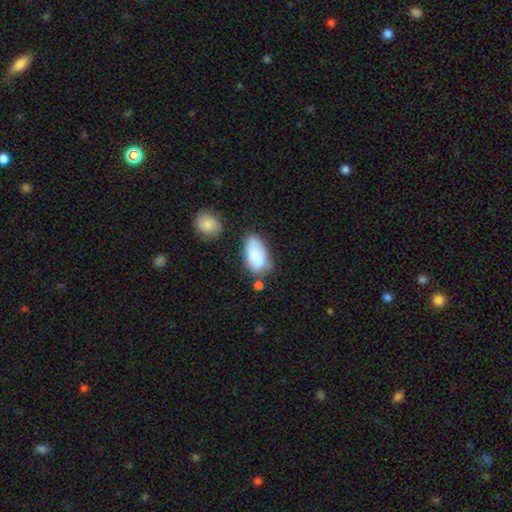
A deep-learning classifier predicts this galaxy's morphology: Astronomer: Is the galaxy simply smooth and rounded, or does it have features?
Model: smooth — 81%.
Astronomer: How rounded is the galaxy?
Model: in between — 93%.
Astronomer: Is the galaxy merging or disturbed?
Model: none — 47% (runner-up: minor disturbance, 29%).